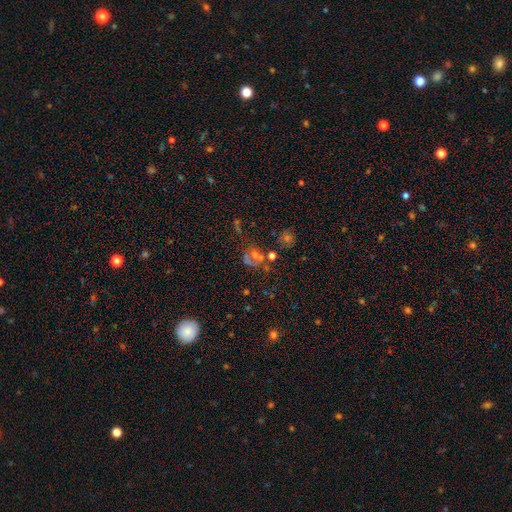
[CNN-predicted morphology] smooth-or-featured: star or artifact: 43% | smooth: 30% | featured or disk: 27%